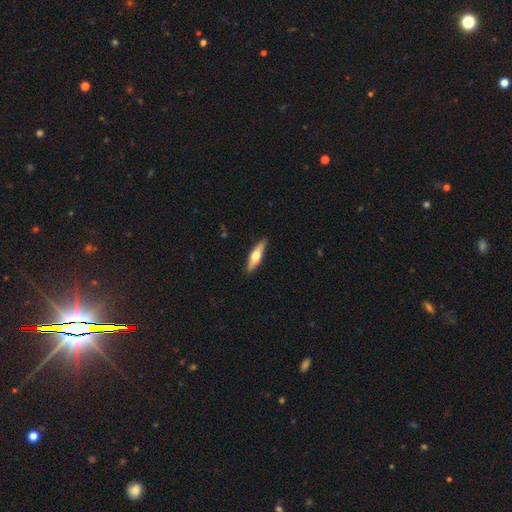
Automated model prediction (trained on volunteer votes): Q: Smooth or featured?
A: smooth (49%); runner-up: featured or disk (45%)
Q: Merging?
A: none (89%); runner-up: minor disturbance (9%)